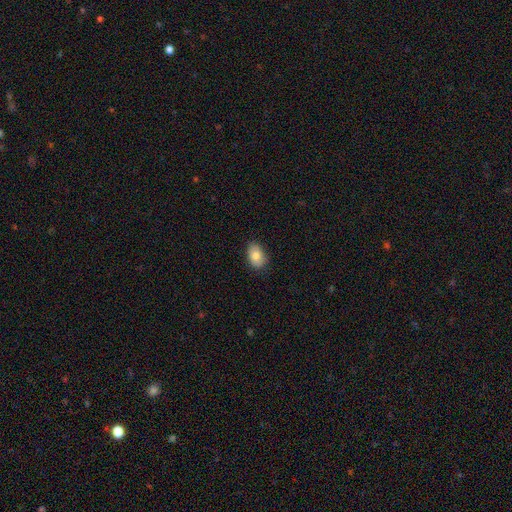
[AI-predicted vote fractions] Smooth or featured: smooth — 80% (featured or disk — 12%)
How rounded: in between — 82% (round — 17%)
Merging: none — 78% (minor disturbance — 18%)